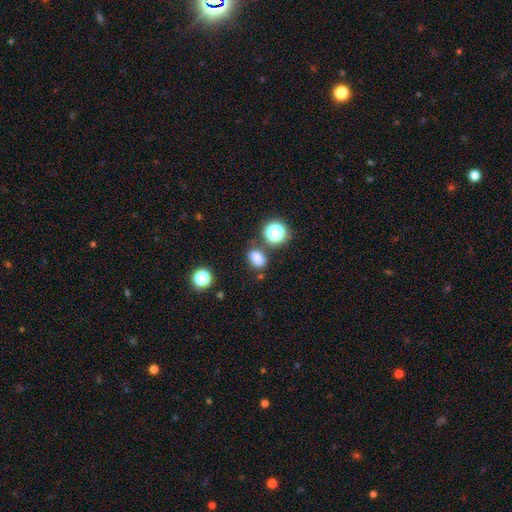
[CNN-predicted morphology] smooth-or-featured: smooth: 79% | star or artifact: 15% | featured or disk: 6%
  how-rounded: in between: 71% | round: 28% | cigar-shaped: 1%
  merging: none: 72% | minor disturbance: 15% | merger: 8% | major disturbance: 5%